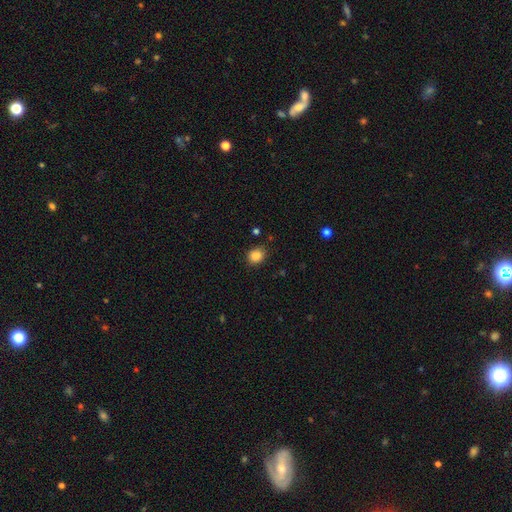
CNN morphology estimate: type=smooth (86%); roundness=round (64%); merging=none (84%).